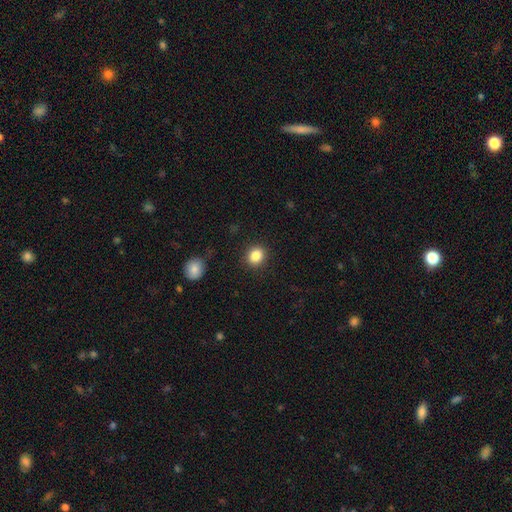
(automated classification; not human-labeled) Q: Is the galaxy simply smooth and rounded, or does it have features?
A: smooth — 85%.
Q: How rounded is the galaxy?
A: round — 73%.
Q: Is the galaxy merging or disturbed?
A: none — 90%.